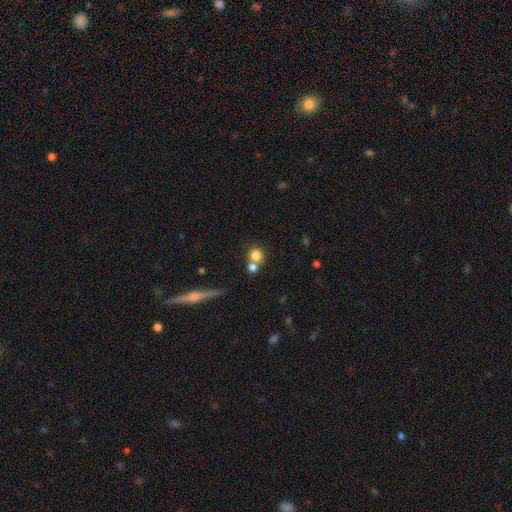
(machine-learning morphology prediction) A smooth galaxy with no disk features (79%) that is round (88%).

Vote fractions:
- Smooth or featured? smooth: 79% / star or artifact: 11% / featured or disk: 10%
- How rounded? round: 88% / in between: 10% / cigar-shaped: 2%
- Merging? none: 52% / merger: 37% / minor disturbance: 7% / major disturbance: 4%